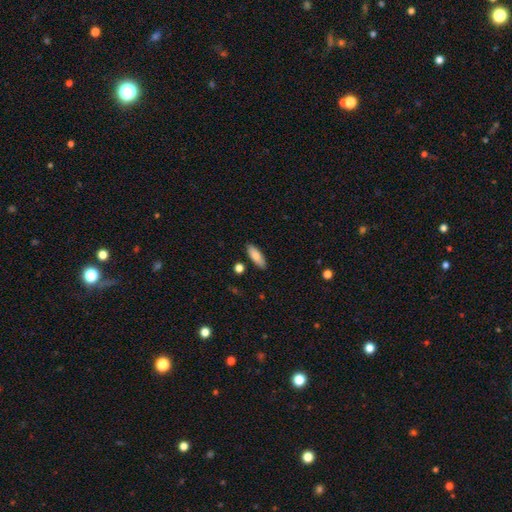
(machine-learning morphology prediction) This appears to be a smooth galaxy with no disk features (84%) that is in between round and cigar-shaped (66%). Merging: none (85%).